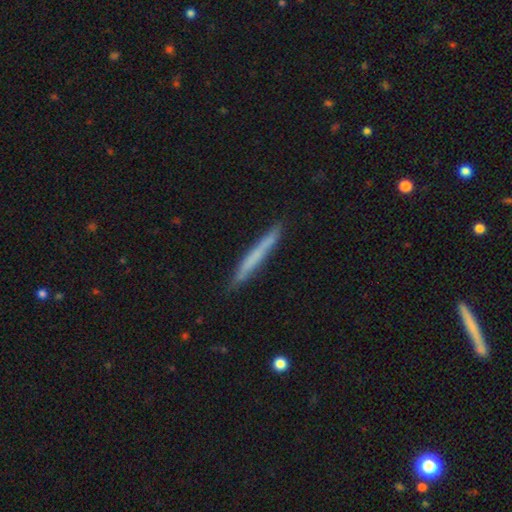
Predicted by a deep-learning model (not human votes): Q: Smooth or featured?
A: smooth (59%); runner-up: featured or disk (35%)
Q: How rounded?
A: cigar-shaped (97%); runner-up: in between (2%)
Q: Merging?
A: none (88%); runner-up: minor disturbance (9%)